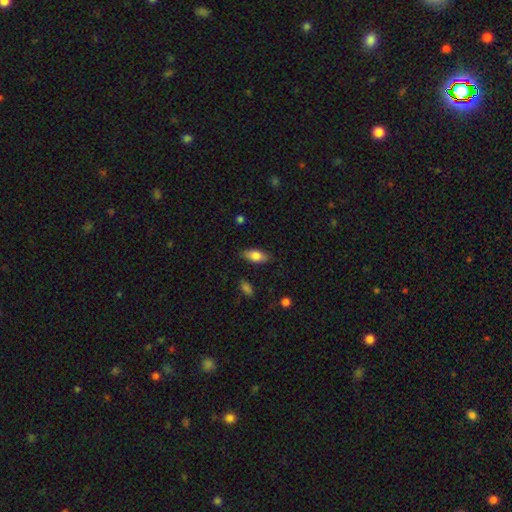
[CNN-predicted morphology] type=smooth (77%); roundness=in between (84%); merging=none (83%).